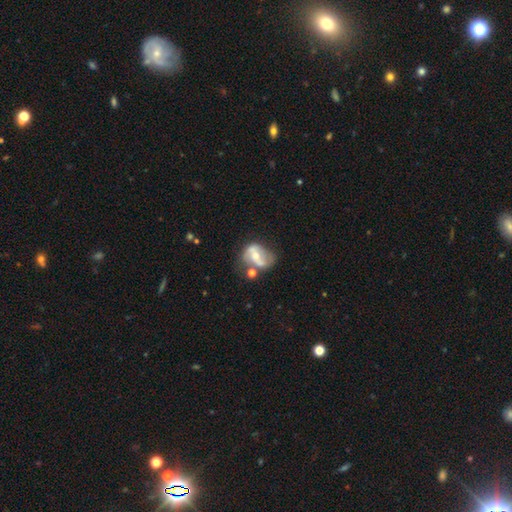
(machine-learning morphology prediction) Smooth or featured? featured or disk (69%)
Edge-on disk? no (97%)
Bar? no (40%)
Spiral arms? yes (76%)
Spiral winding? loose (50%)
Spiral arm count? 2 (82%)
Bulge size? moderate (55%)
Merging? none (45%)